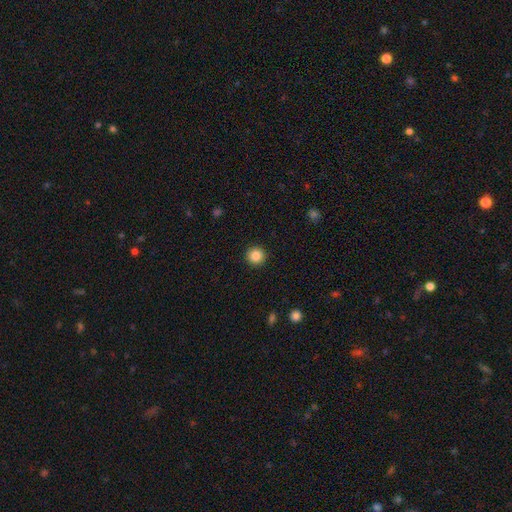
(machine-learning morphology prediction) The model was most divided on "smooth or featured": smooth: 85%, star or artifact: 10%, featured or disk: 5%. More confident: how rounded — round (96%); merging — none (93%).